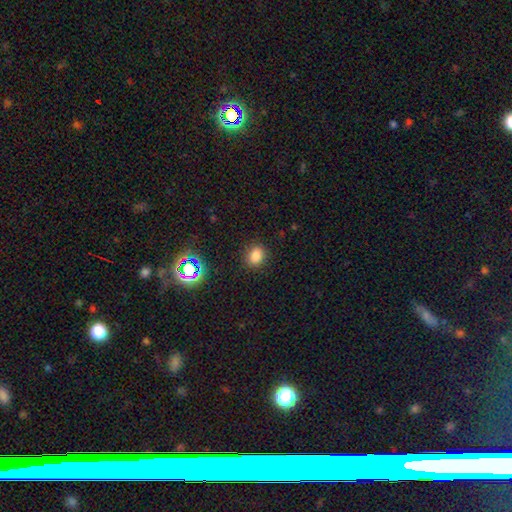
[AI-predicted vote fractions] Morphology: type=smooth (80%); roundness=round (55%); merging=none (87%).